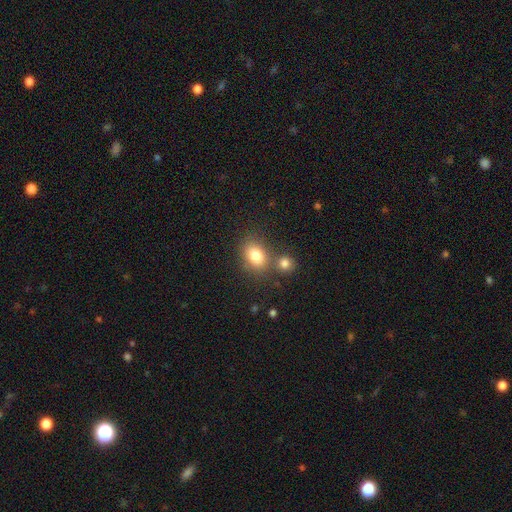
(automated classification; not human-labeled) Smooth or featured?
  - smooth: 81% *
  - star or artifact: 10%
  - featured or disk: 9%
How rounded?
  - in between: 67% *
  - round: 31%
  - cigar-shaped: 1%
Merging?
  - none: 60% *
  - merger: 24%
  - minor disturbance: 12%
  - major disturbance: 4%